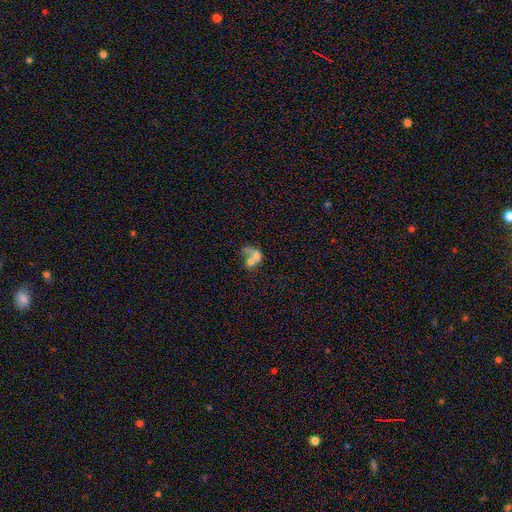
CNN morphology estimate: type=smooth (52%); roundness=in between (54%); merging=merger (68%).